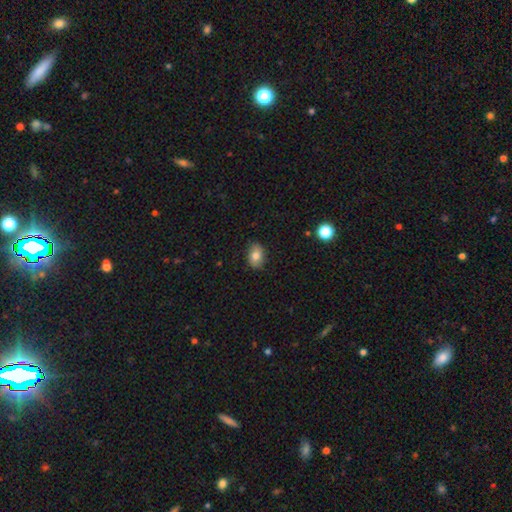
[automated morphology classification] The model was most divided on "how rounded": in between: 80%, round: 19%, cigar-shaped: 1%. More confident: merging — none (86%); smooth or featured — smooth (79%).